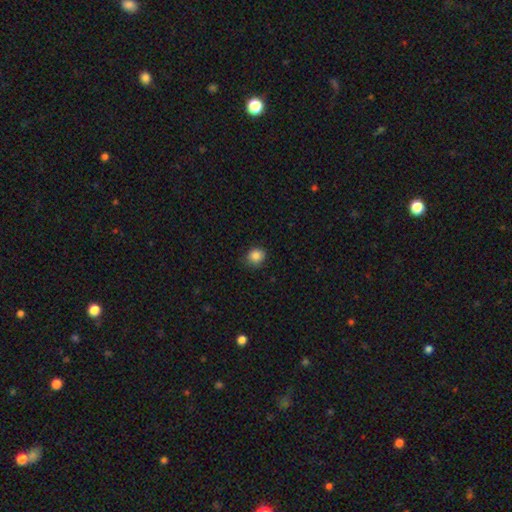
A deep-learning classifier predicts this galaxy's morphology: Smooth or featured: smooth — 86% (star or artifact — 10%)
How rounded: round — 81% (in between — 18%)
Merging: none — 83% (minor disturbance — 13%)